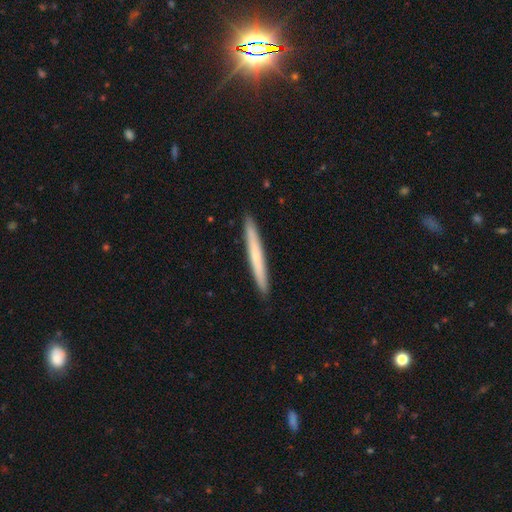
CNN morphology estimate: Q: Smooth or featured?
A: smooth (47%); runner-up: featured or disk (44%)
Q: Merging?
A: none (91%); runner-up: minor disturbance (7%)